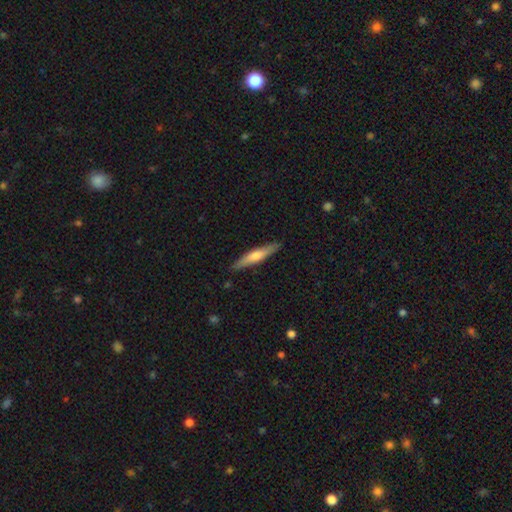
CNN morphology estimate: A smooth galaxy with no disk features (51%) that is cigar-shaped (90%).

Vote fractions:
- Smooth or featured? smooth: 51% / featured or disk: 43% / star or artifact: 5%
- How rounded? cigar-shaped: 90% / in between: 8% / round: 1%
- Merging? none: 89% / minor disturbance: 8% / major disturbance: 2% / merger: 1%